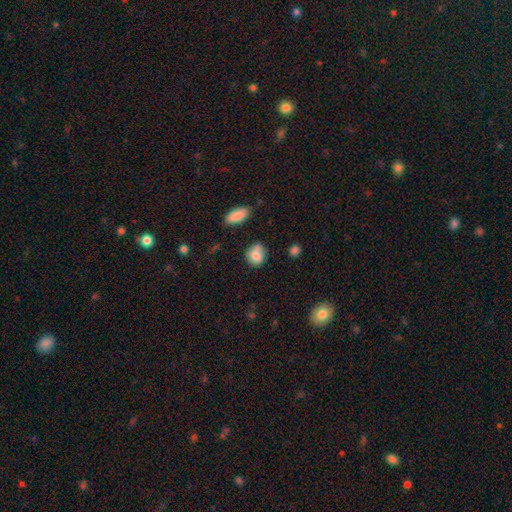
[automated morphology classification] Smooth or featured? Predicted: smooth (p=0.80). How rounded? Predicted: round (p=0.65). Merging? Predicted: none (p=0.59).